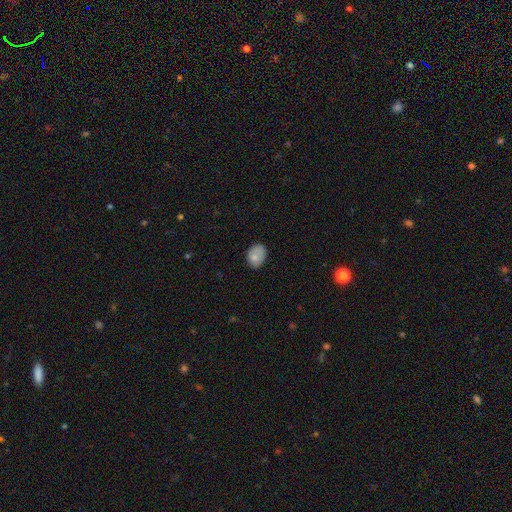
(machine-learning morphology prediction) A smooth galaxy with no disk features (78%) that is in between round and cigar-shaped (75%).

Vote fractions:
- Smooth or featured? smooth: 78% / featured or disk: 14% / star or artifact: 8%
- How rounded? in between: 75% / round: 24% / cigar-shaped: 1%
- Merging? none: 66% / minor disturbance: 26% / major disturbance: 7% / merger: 2%